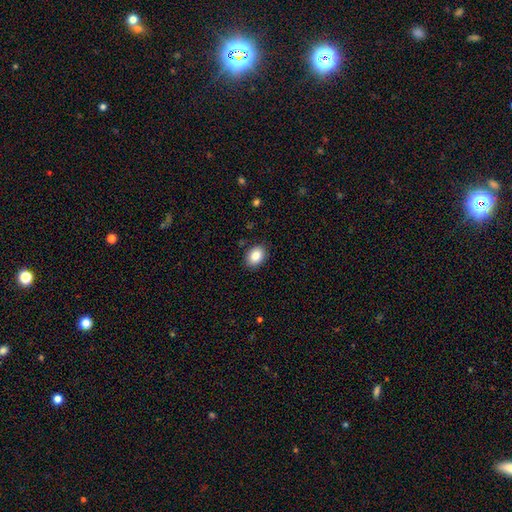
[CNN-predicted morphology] This is clearly a smooth galaxy (86%). How rounded: likely in between (68%). Merging: clearly none (87%).